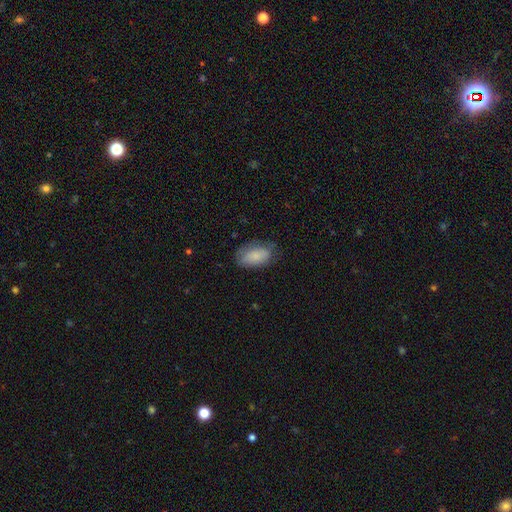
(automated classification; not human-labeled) Smooth or featured: smooth — 82% (featured or disk — 11%)
How rounded: in between — 92% (round — 6%)
Merging: none — 66% (minor disturbance — 25%)